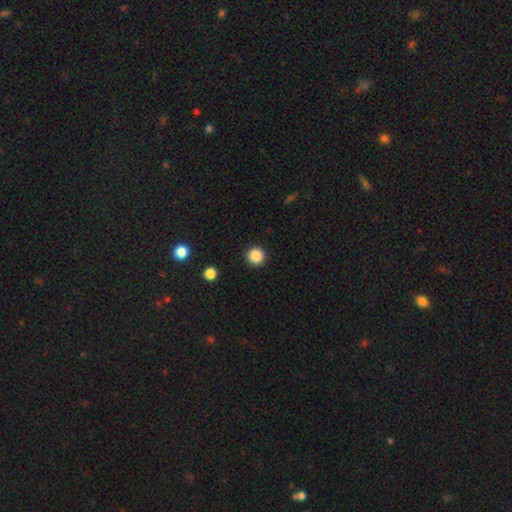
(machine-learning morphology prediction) This appears to be a smooth galaxy with no disk features (86%) that is round (95%). Merging: none (93%).